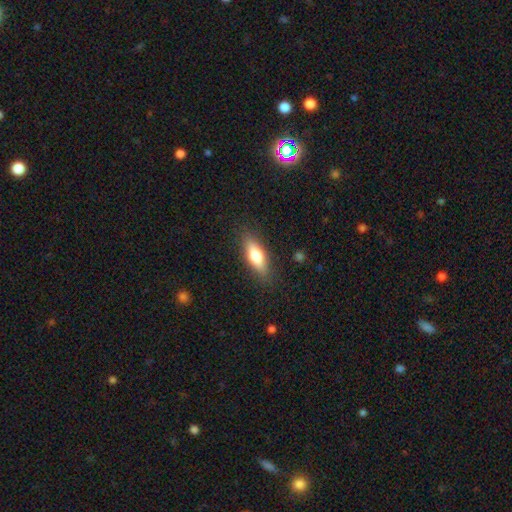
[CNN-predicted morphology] Smooth or featured?
  - smooth: 68% *
  - featured or disk: 25%
  - star or artifact: 7%
How rounded?
  - in between: 59% *
  - cigar-shaped: 38%
  - round: 3%
Merging?
  - none: 86% *
  - minor disturbance: 11%
  - major disturbance: 3%
  - merger: 1%